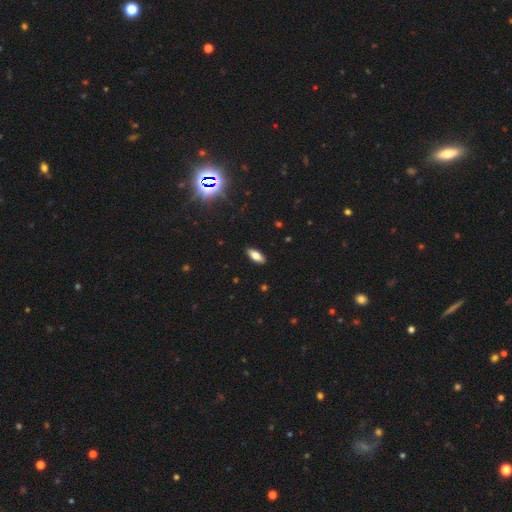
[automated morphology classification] A smooth galaxy with no disk features (75%) that is in between round and cigar-shaped (81%).

Vote fractions:
- Smooth or featured? smooth: 75% / featured or disk: 15% / star or artifact: 9%
- How rounded? in between: 81% / cigar-shaped: 16% / round: 2%
- Merging? none: 89% / minor disturbance: 8% / major disturbance: 2% / merger: 1%